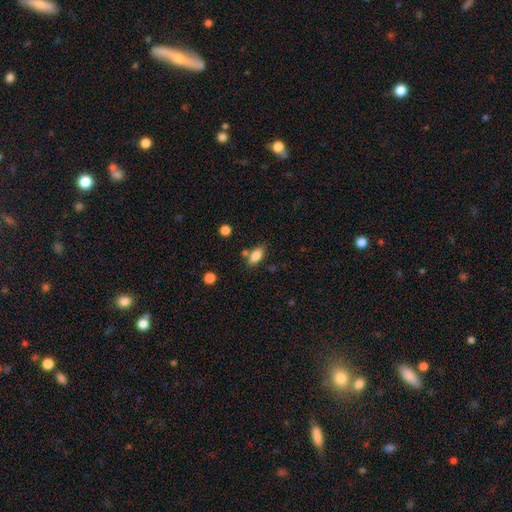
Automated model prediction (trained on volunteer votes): Smooth or featured? Predicted: smooth (p=0.85). How rounded? Predicted: in between (p=0.88). Merging? Predicted: none (p=0.72).